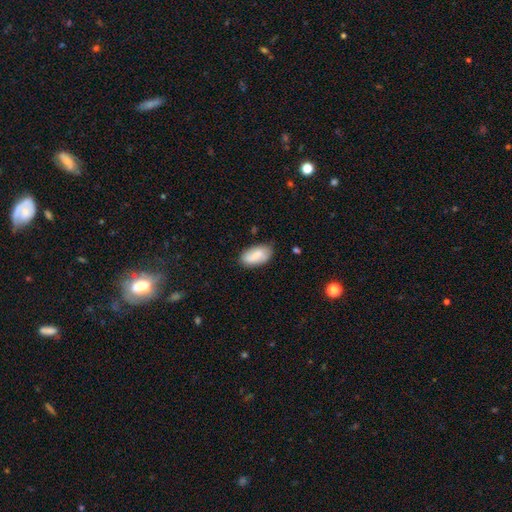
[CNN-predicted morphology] This appears to be a smooth galaxy with no disk features (72%) that is in between round and cigar-shaped (94%). Merging: none (77%).